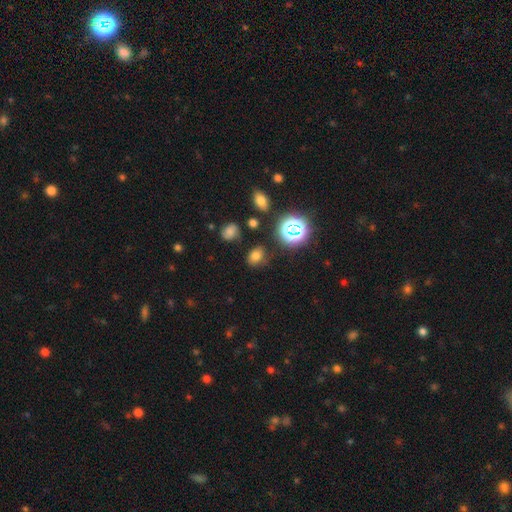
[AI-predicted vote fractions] smooth-or-featured: smooth: 65% | star or artifact: 25% | featured or disk: 9%
  how-rounded: in between: 62% | round: 37% | cigar-shaped: 1%
  merging: none: 73% | minor disturbance: 17% | major disturbance: 6% | merger: 4%